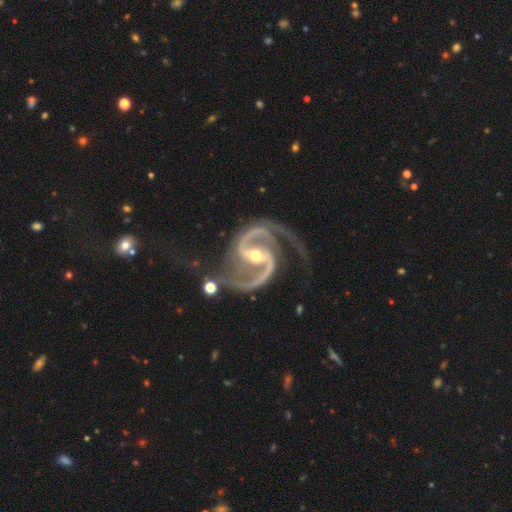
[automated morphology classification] Q: Smooth or featured?
A: featured or disk (95%); runner-up: star or artifact (4%)
Q: Edge-on disk?
A: no (98%); runner-up: yes (2%)
Q: Bar?
A: strong (60%); runner-up: weak (29%)
Q: Spiral arms?
A: yes (99%); runner-up: no (1%)
Q: Spiral winding?
A: medium (63%); runner-up: loose (21%)
Q: Spiral arm count?
A: 2 (93%); runner-up: 3 (2%)
Q: Bulge size?
A: moderate (64%); runner-up: small (31%)
Q: Merging?
A: none (62%); runner-up: minor disturbance (20%)